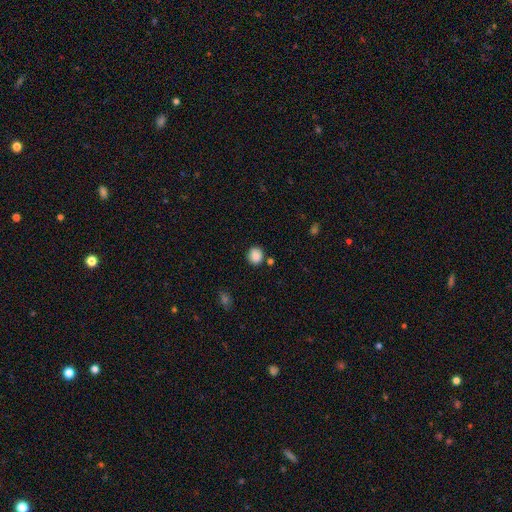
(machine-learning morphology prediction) Smooth or featured?
  - smooth: 87% *
  - star or artifact: 10%
  - featured or disk: 3%
How rounded?
  - round: 79% *
  - in between: 20%
  - cigar-shaped: 1%
Merging?
  - none: 79% *
  - minor disturbance: 11%
  - merger: 6%
  - major disturbance: 3%